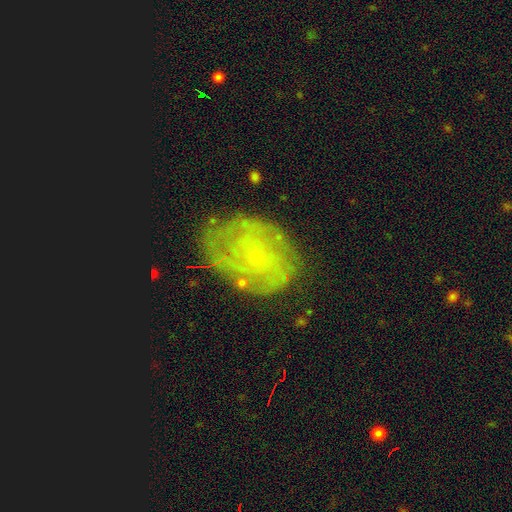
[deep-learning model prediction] The model was most divided on "spiral arms": yes: 71%, no: 29%. More confident: edge-on disk — no (97%); bulge size — small (81%); bar — no (79%); merging — none (71%); smooth or featured — featured or disk (67%).